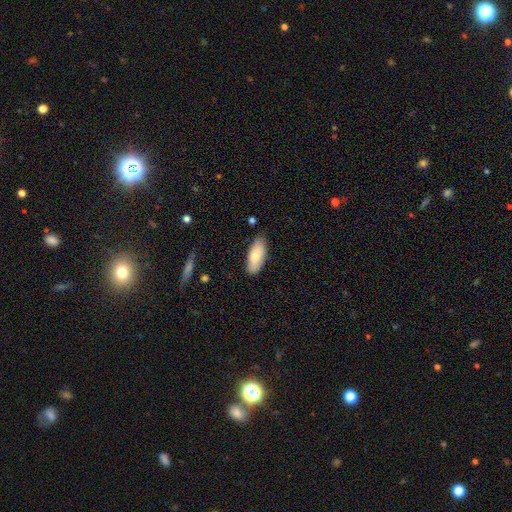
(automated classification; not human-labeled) Overall: smooth (78%). How rounded: in between (84%). Merging: none (80%).